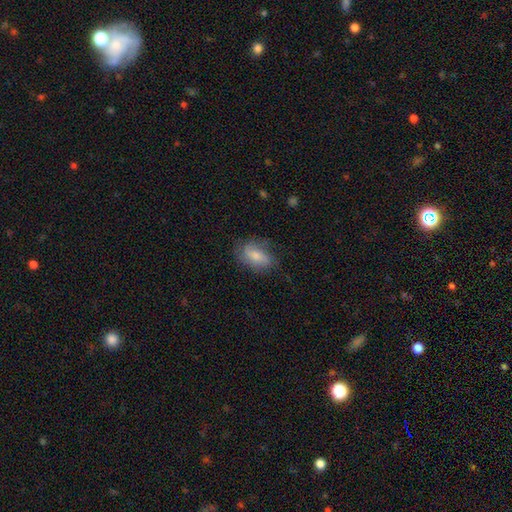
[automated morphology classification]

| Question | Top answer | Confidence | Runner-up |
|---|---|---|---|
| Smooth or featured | smooth | 62% | featured or disk (30%) |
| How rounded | in between | 87% | round (8%) |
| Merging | none | 62% | minor disturbance (26%) |